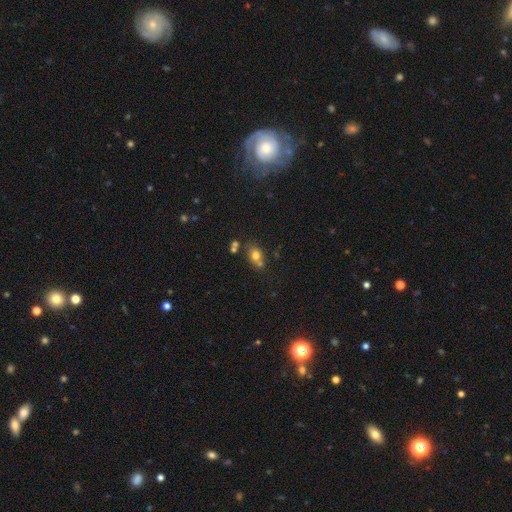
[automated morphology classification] This appears to be a smooth galaxy with no disk features (72%) that is in between round and cigar-shaped (52%). Merging: none (56%).